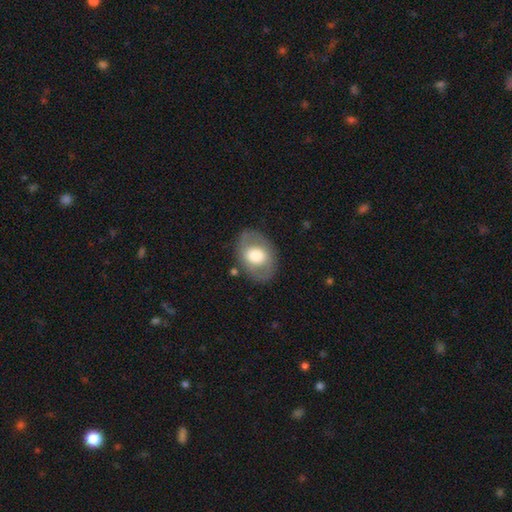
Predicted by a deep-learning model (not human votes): smooth 55%, featured or disk 39%, star or artifact 6%. Down the decision tree: how rounded — in between (74%); merging — none (79%).